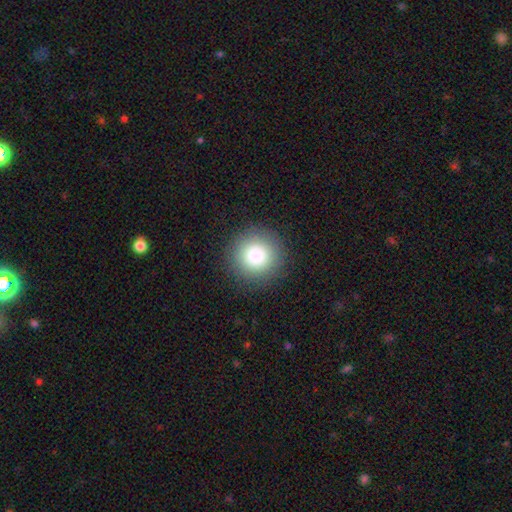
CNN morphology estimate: The model was most divided on "smooth or featured": smooth: 83%, star or artifact: 11%, featured or disk: 6%. More confident: how rounded — round (95%); merging — none (90%).